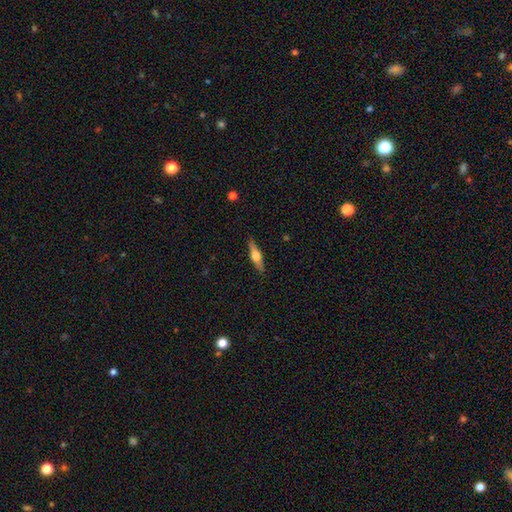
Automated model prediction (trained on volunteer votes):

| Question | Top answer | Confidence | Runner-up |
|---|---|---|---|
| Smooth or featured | featured or disk | 58% | smooth (36%) |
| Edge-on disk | yes | 95% | no (5%) |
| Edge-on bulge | rounded | 92% | boxy (6%) |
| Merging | none | 88% | minor disturbance (9%) |